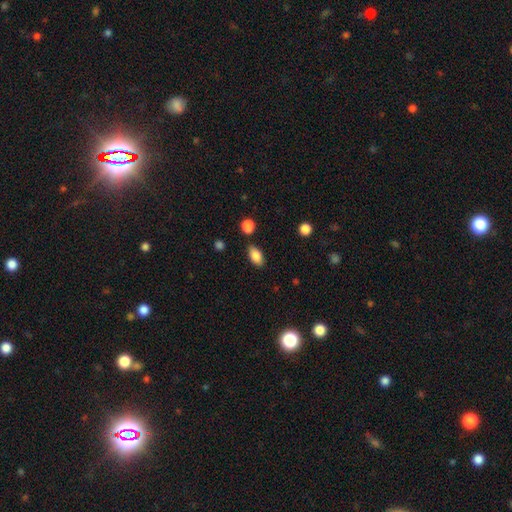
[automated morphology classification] type=smooth (85%); roundness=in between (91%); merging=none (82%).